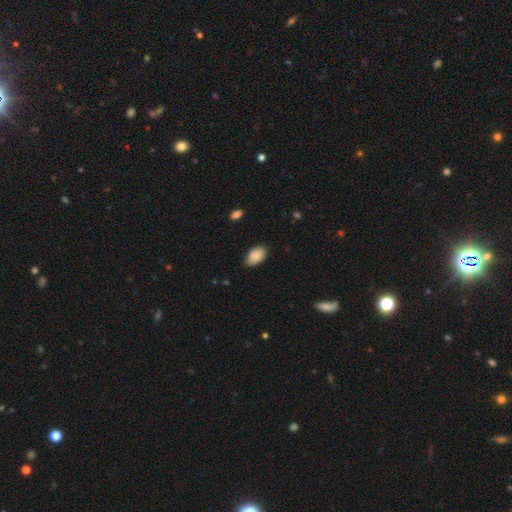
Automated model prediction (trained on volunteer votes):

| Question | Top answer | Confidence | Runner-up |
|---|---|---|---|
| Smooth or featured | smooth | 89% | star or artifact (6%) |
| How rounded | in between | 93% | round (6%) |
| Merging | none | 83% | minor disturbance (13%) |